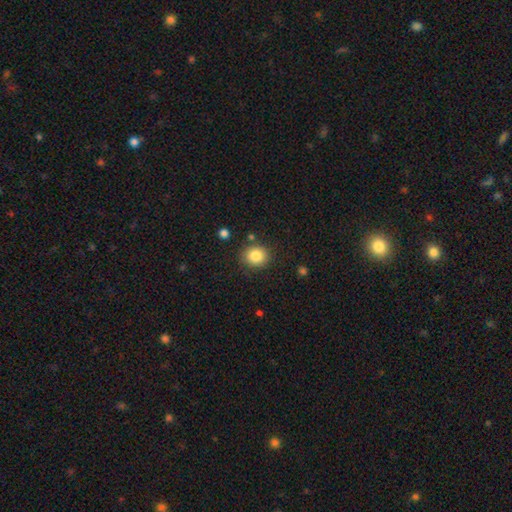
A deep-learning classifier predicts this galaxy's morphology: Smooth or featured? smooth (84%)
How rounded? round (80%)
Merging? none (84%)